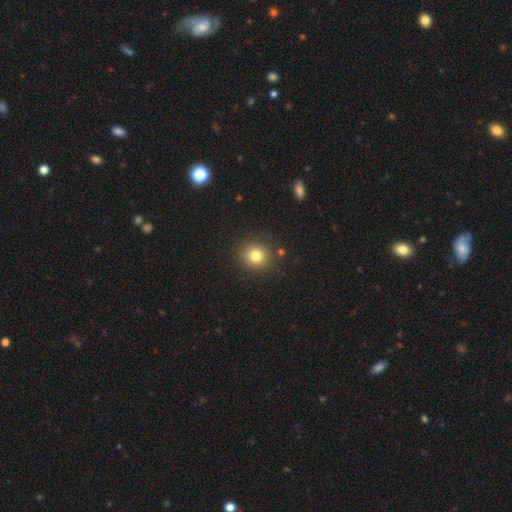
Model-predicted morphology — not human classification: This is likely a smooth galaxy (79%). How rounded: clearly round (89%). Merging: clearly none (88%).